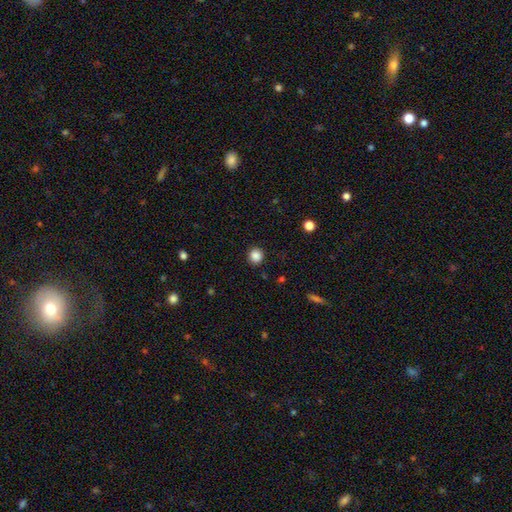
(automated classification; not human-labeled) Q: Smooth or featured?
A: smooth (86%); runner-up: star or artifact (11%)
Q: How rounded?
A: round (90%); runner-up: in between (9%)
Q: Merging?
A: none (90%); runner-up: minor disturbance (6%)